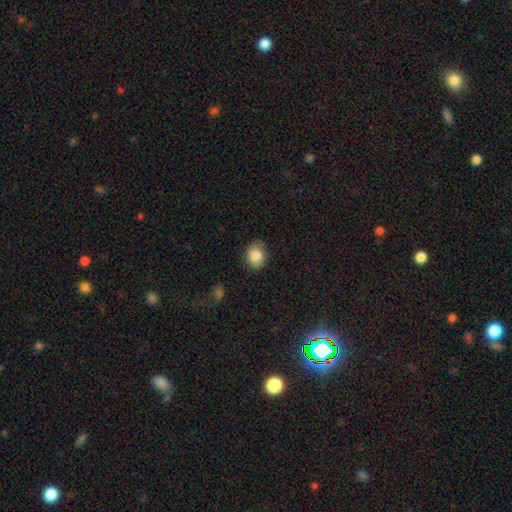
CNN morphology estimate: This is clearly a smooth galaxy (86%). How rounded: possibly in between (60%). Merging: likely none (78%).